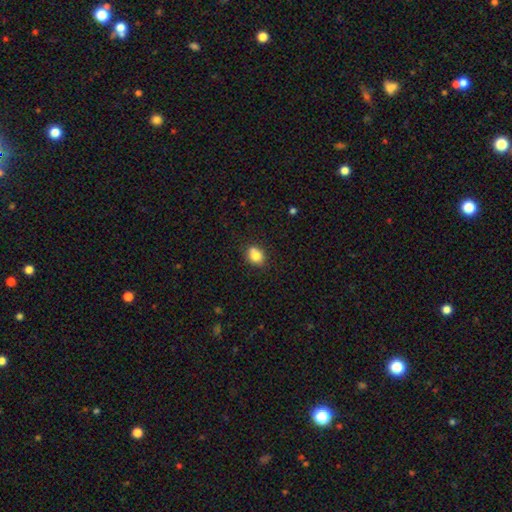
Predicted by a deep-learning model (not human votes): This is likely a smooth galaxy (78%). How rounded: possibly round (56%). Merging: likely none (64%).